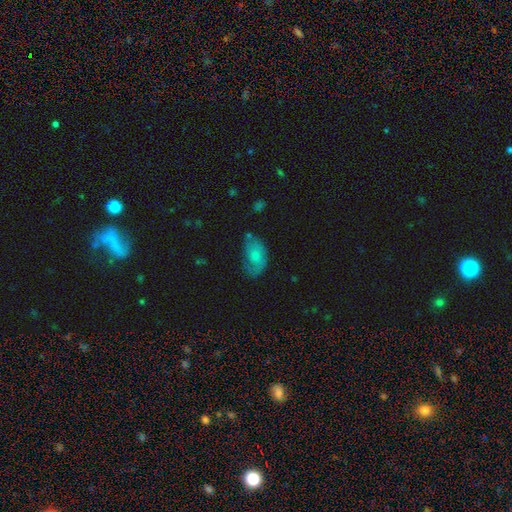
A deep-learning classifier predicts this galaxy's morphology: The model was most divided on "smooth or featured": smooth: 54%, featured or disk: 38%, star or artifact: 8%. More confident: how rounded — in between (87%); merging — none (51%).